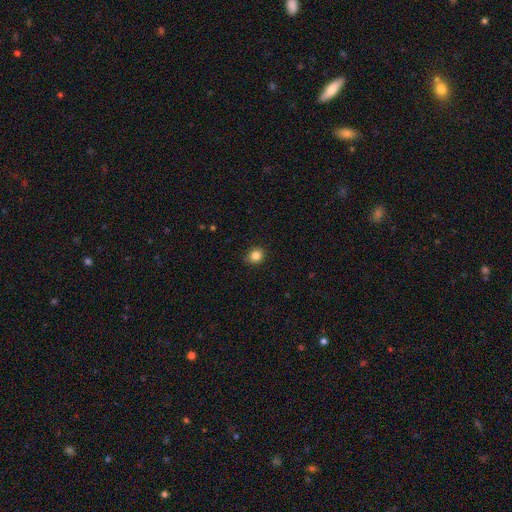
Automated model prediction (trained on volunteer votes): smooth 85%, star or artifact 11%, featured or disk 4%. Down the decision tree: how rounded — round (74%); merging — none (87%).